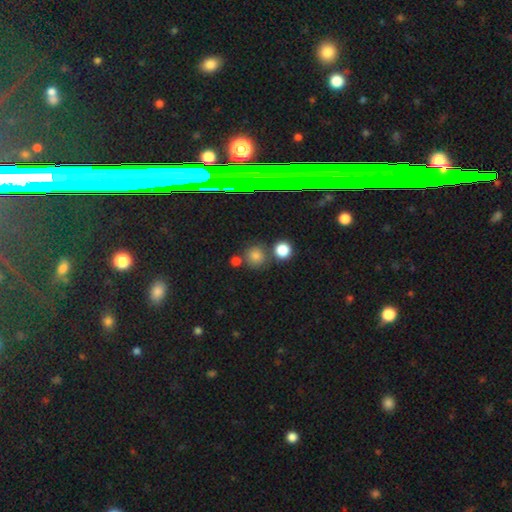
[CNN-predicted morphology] This is likely a smooth galaxy (74%). How rounded: clearly round (91%). Merging: likely none (74%).